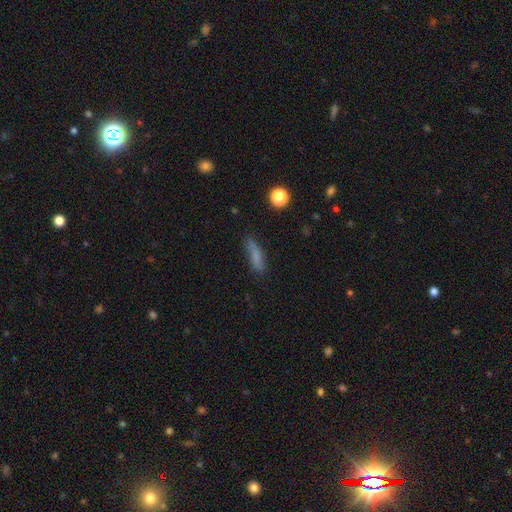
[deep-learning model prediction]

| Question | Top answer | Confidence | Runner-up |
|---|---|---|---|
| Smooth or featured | smooth | 74% | featured or disk (15%) |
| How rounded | cigar-shaped | 68% | in between (29%) |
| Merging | none | 67% | minor disturbance (23%) |